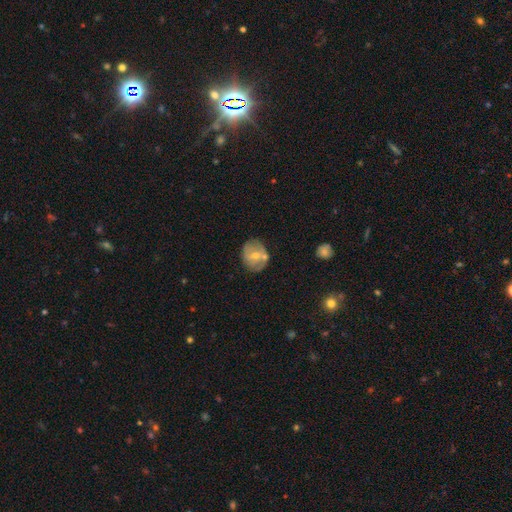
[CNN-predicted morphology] smooth-or-featured: featured or disk: 51% | smooth: 42% | star or artifact: 7%
  disk-edge-on: no: 95% | yes: 5%
  merging: none: 64% | minor disturbance: 19% | merger: 11% | major disturbance: 6%